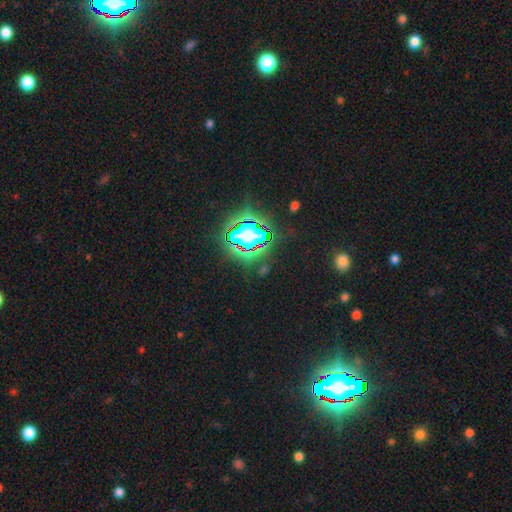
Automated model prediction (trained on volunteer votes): Smooth or featured? star or artifact (83%)